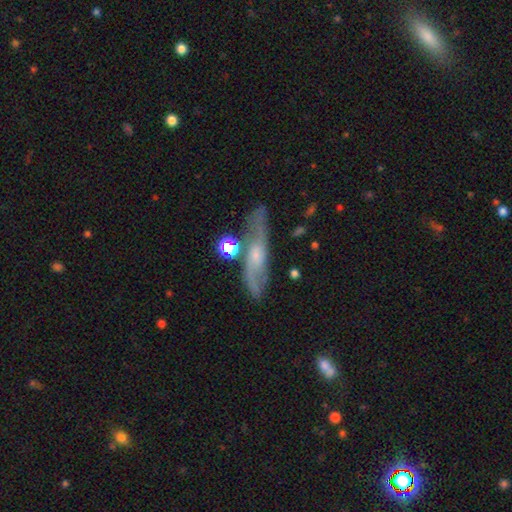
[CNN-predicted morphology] smooth_or_featured: featured or disk (p=0.70) [alt: smooth p=0.22]
disk_edge_on: no (p=0.68) [alt: yes p=0.32]
merging: none (p=0.68) [alt: minor disturbance p=0.18]